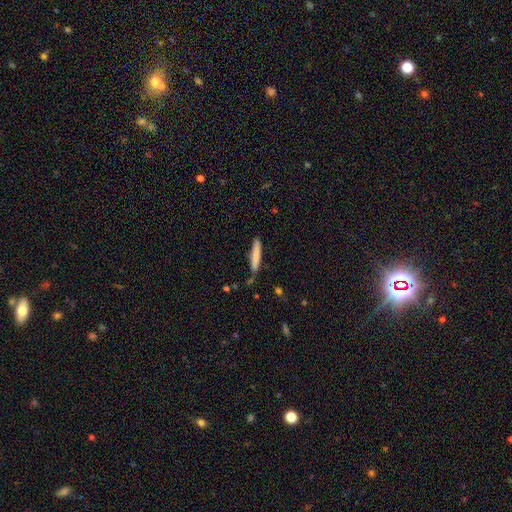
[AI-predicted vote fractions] The model was most divided on "smooth or featured": smooth: 78%, featured or disk: 16%, star or artifact: 6%. More confident: how rounded — cigar-shaped (93%); merging — none (82%).